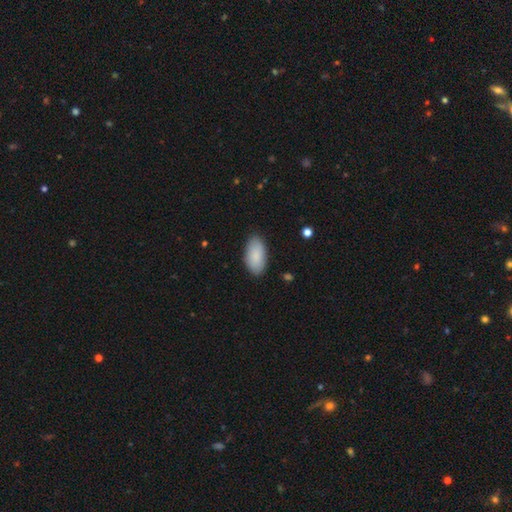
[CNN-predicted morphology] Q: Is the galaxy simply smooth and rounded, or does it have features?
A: smooth — 88%.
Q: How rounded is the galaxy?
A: in between — 95%.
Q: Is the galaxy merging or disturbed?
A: none — 86%.